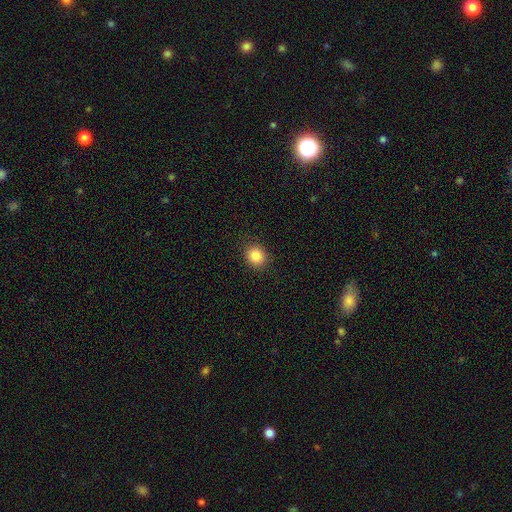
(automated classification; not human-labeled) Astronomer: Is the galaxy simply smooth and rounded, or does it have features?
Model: smooth — 85%.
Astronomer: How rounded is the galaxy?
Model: round — 74%.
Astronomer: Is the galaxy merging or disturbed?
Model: none — 90%.